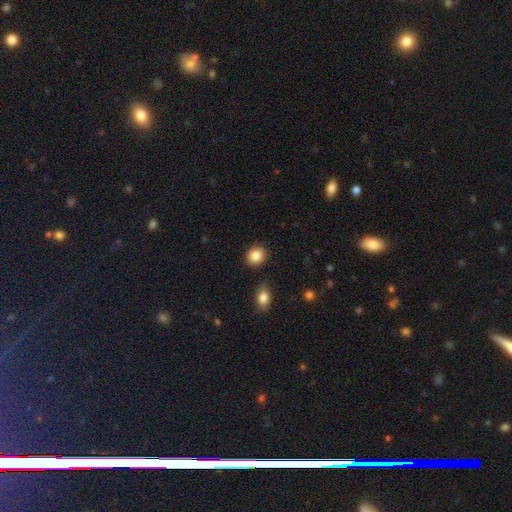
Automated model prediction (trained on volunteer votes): smooth_or_featured: smooth (p=0.85) [alt: star or artifact p=0.09]
how_rounded: round (p=0.69) [alt: in between p=0.30]
merging: none (p=0.88) [alt: minor disturbance p=0.08]